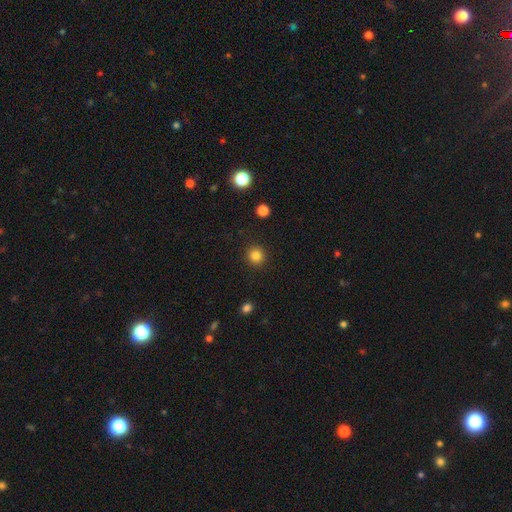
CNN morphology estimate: Smooth or featured?
  - smooth: 84% *
  - star or artifact: 12%
  - featured or disk: 4%
How rounded?
  - round: 94% *
  - in between: 5%
  - cigar-shaped: 1%
Merging?
  - none: 92% *
  - minor disturbance: 5%
  - major disturbance: 2%
  - merger: 1%